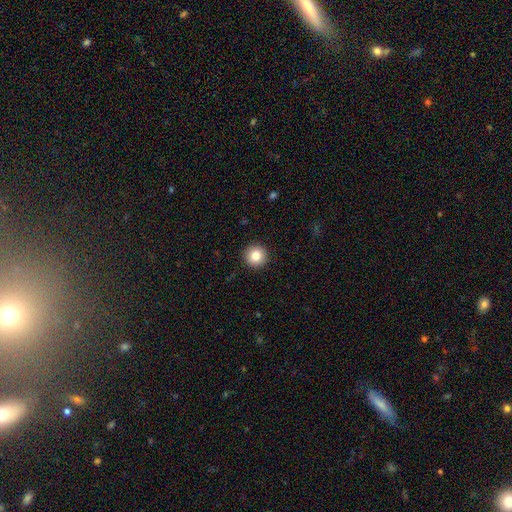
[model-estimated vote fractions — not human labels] smooth_or_featured: smooth (p=0.83) [alt: star or artifact p=0.10]
how_rounded: round (p=0.96) [alt: in between p=0.03]
merging: none (p=0.93) [alt: minor disturbance p=0.04]